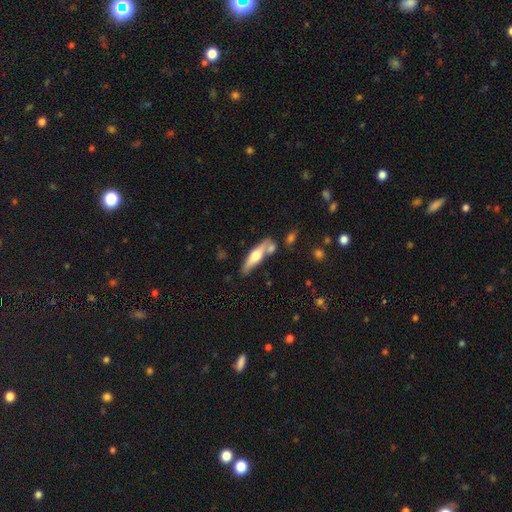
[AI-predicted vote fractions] A featured or disk galaxy (48%).

Vote fractions:
- Smooth or featured? featured or disk: 48% / smooth: 46% / star or artifact: 5%
- Merging? none: 57% / merger: 21% / minor disturbance: 16% / major disturbance: 5%